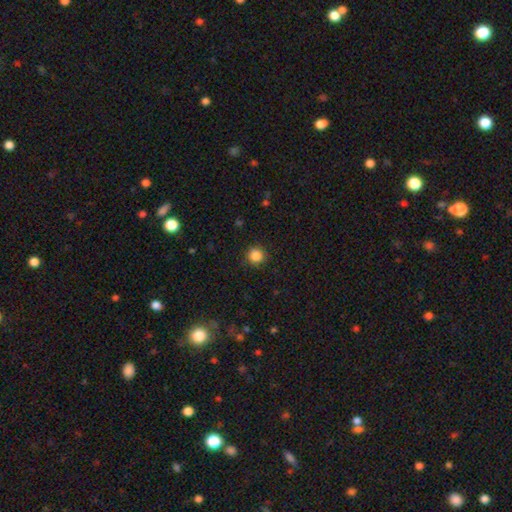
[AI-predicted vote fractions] Smooth or featured: smooth — 86% (star or artifact — 11%)
How rounded: round — 93% (in between — 6%)
Merging: none — 89% (minor disturbance — 7%)